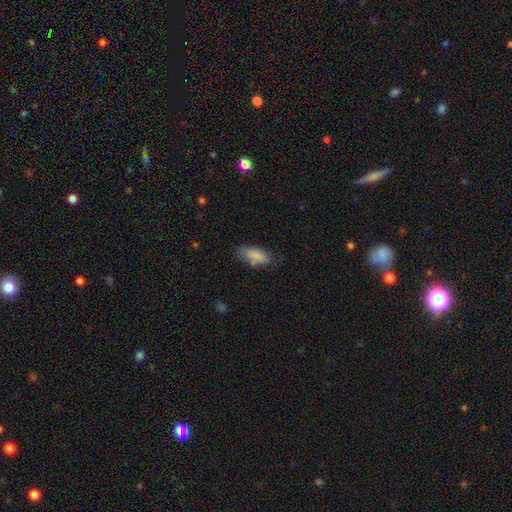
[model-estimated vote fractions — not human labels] Smooth or featured: smooth — 84% (featured or disk — 8%)
How rounded: in between — 76% (cigar-shaped — 22%)
Merging: none — 68% (minor disturbance — 21%)